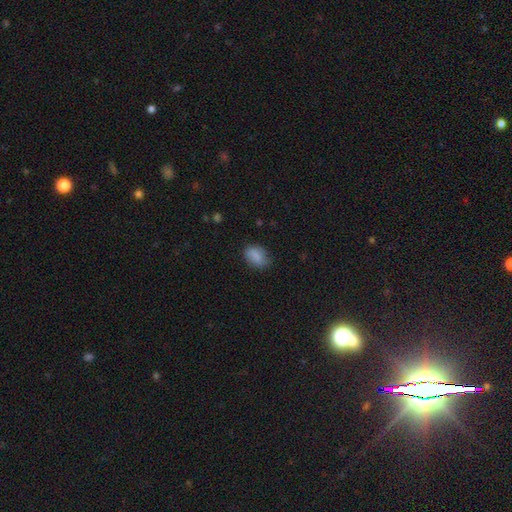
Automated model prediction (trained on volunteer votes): smooth_or_featured: smooth (p=0.82) [alt: featured or disk p=0.10]
how_rounded: in between (p=0.80) [alt: round p=0.19]
merging: none (p=0.71) [alt: minor disturbance p=0.23]